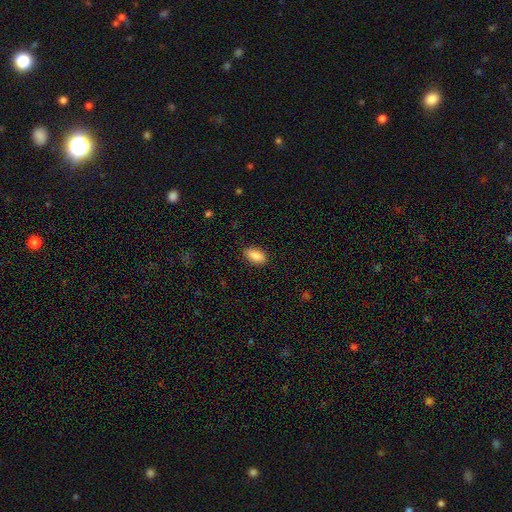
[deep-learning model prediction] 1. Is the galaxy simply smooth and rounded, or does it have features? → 88% smooth, 7% star or artifact, 5% featured or disk.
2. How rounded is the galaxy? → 92% in between, 5% cigar-shaped, 4% round.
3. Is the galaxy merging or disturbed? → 87% none, 9% minor disturbance, 2% major disturbance, 1% merger.